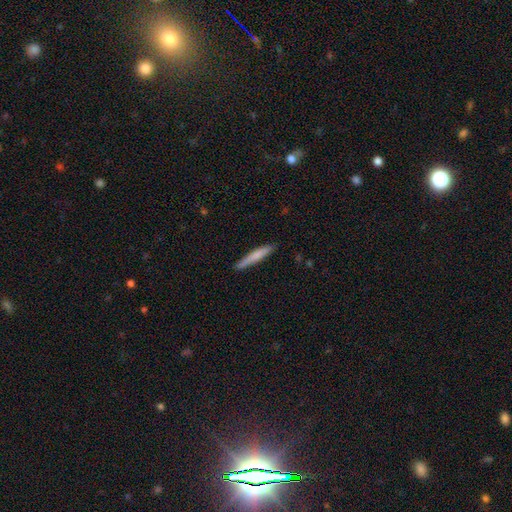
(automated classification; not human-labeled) smooth_or_featured: smooth (p=0.70) [alt: featured or disk p=0.24]
how_rounded: cigar-shaped (p=0.95) [alt: in between p=0.04]
merging: none (p=0.86) [alt: minor disturbance p=0.11]